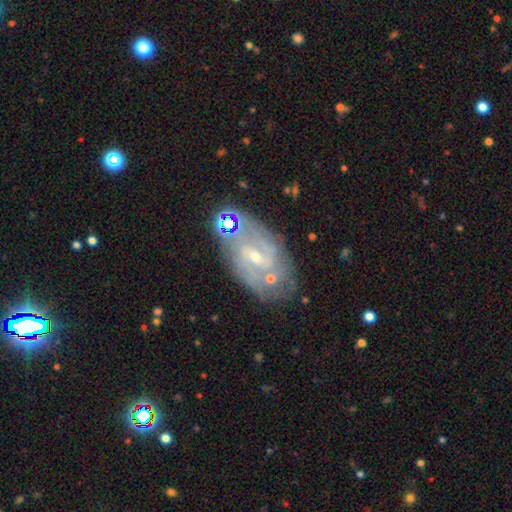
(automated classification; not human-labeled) Smooth or featured?
  - featured or disk: 78% *
  - smooth: 12%
  - star or artifact: 10%
Edge-on disk?
  - no: 94% *
  - yes: 6%
Bar?
  - weak: 50% *
  - no: 27%
  - strong: 23%
Spiral arms?
  - yes: 85% *
  - no: 15%
Spiral winding?
  - tight: 41% *
  - medium: 39%
  - loose: 20%
Spiral arm count?
  - 2: 49% *
  - can't tell: 31%
  - 3: 8%
  - 4: 5%
  - 1: 4%
  - more than 4: 4%
Bulge size?
  - small: 73% *
  - moderate: 22%
  - none: 3%
  - large: 1%
  - dominant: 1%
Merging?
  - none: 69% *
  - minor disturbance: 16%
  - merger: 8%
  - major disturbance: 7%